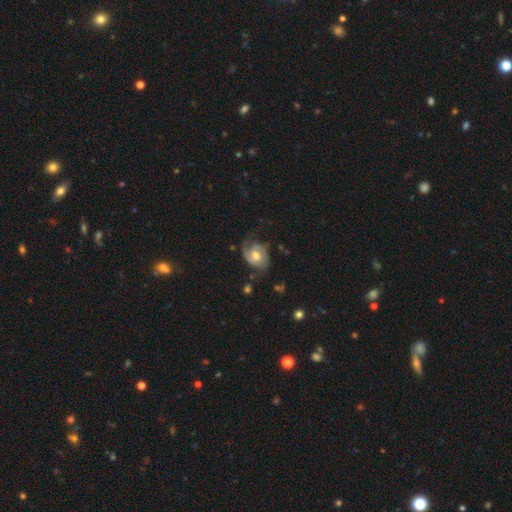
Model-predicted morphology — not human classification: This appears to be a featured or disk galaxy (69%) with no bar (59%), 2 (62%) medium (40%) spiral arms (87%) and a moderate central bulge (67%). Merging: none (54%).